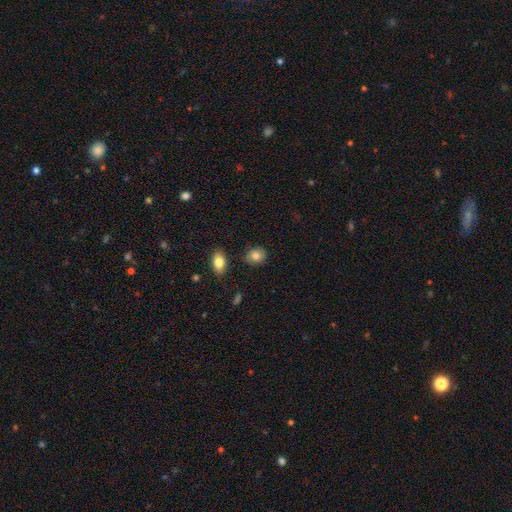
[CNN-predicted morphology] smooth-or-featured: smooth: 81% | featured or disk: 10% | star or artifact: 9%
  how-rounded: round: 60% | in between: 39% | cigar-shaped: 1%
  merging: none: 86% | minor disturbance: 9% | merger: 2% | major disturbance: 2%